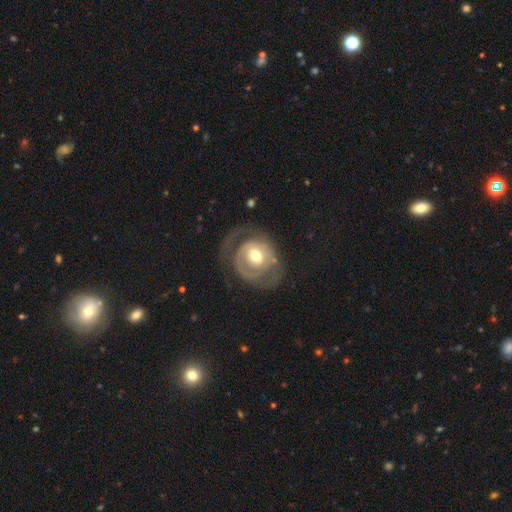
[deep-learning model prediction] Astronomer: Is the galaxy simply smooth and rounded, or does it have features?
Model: featured or disk — 70%.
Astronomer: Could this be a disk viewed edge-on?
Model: no — 97%.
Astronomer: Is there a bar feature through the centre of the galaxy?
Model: no — 59%.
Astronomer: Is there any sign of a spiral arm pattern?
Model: yes — 72%.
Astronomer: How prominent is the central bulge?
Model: moderate — 69%.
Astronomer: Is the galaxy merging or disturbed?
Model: none — 49% (runner-up: major disturbance, 28%).